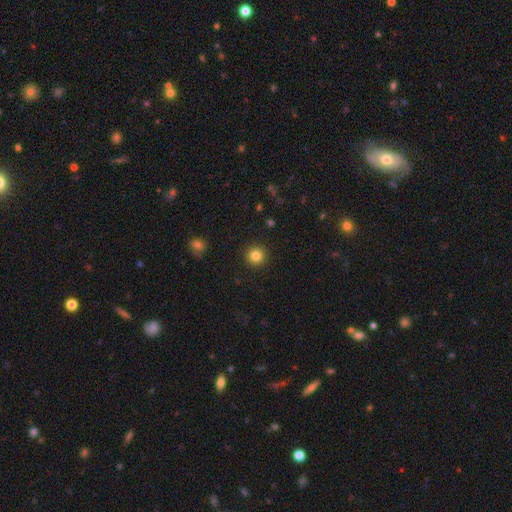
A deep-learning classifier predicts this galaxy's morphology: A smooth galaxy with no disk features (83%) that is round (95%).

Vote fractions:
- Smooth or featured? smooth: 83% / star or artifact: 11% / featured or disk: 5%
- How rounded? round: 95% / in between: 4% / cigar-shaped: 1%
- Merging? none: 93% / minor disturbance: 5% / major disturbance: 2% / merger: 1%